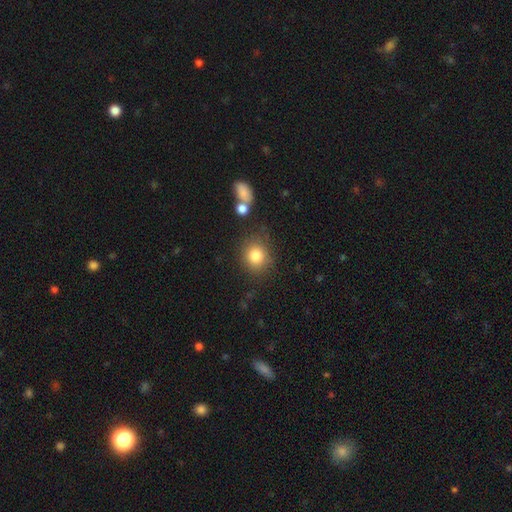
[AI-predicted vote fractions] The model was most divided on "how rounded": round: 79%, in between: 21%, cigar-shaped: 1%. More confident: smooth or featured — smooth (82%); merging — none (78%).